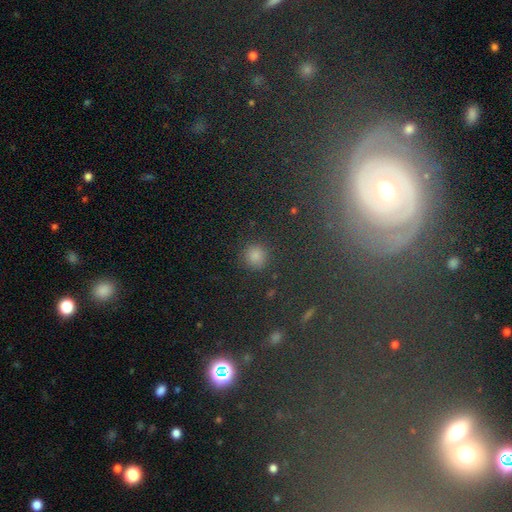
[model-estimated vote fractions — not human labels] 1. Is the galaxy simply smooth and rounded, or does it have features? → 75% smooth, 19% star or artifact, 6% featured or disk.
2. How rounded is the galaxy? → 87% round, 11% in between, 2% cigar-shaped.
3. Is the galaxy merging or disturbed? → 83% none, 9% minor disturbance, 5% major disturbance, 3% merger.